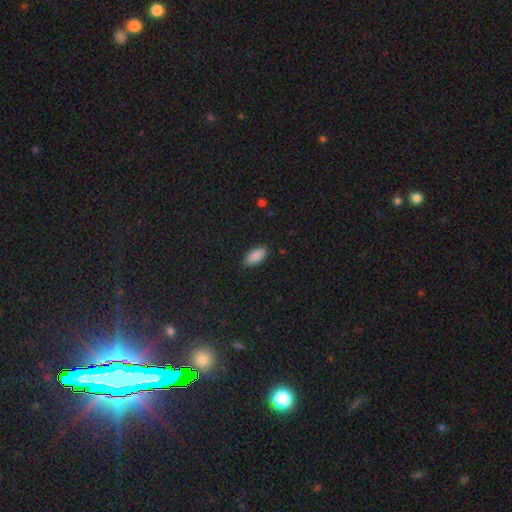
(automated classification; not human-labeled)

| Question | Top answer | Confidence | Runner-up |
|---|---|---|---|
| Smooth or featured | smooth | 89% | star or artifact (8%) |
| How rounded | in between | 91% | cigar-shaped (7%) |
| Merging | none | 84% | minor disturbance (13%) |